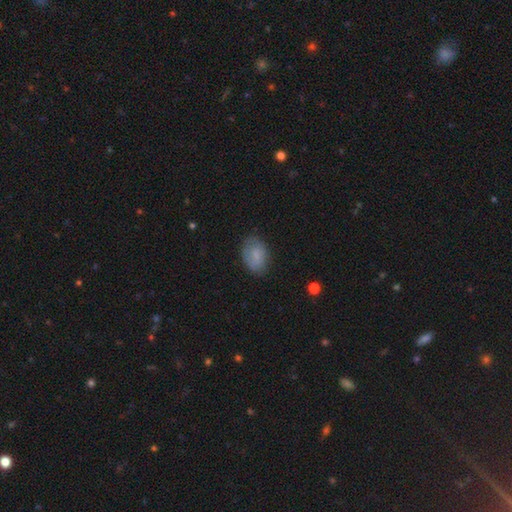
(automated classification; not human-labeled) smooth 78%, featured or disk 14%, star or artifact 8%. Down the decision tree: how rounded — in between (84%); merging — none (73%).